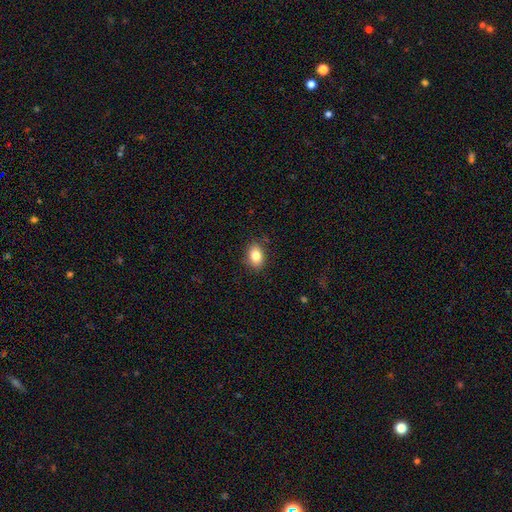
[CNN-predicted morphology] This is clearly a smooth galaxy (83%). How rounded: likely in between (76%). Merging: clearly none (85%).